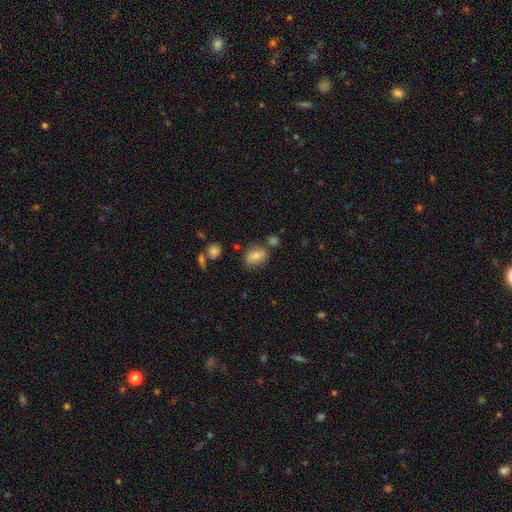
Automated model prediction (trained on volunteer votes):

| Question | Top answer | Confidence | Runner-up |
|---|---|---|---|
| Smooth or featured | smooth | 77% | featured or disk (13%) |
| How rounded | in between | 66% | round (32%) |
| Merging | none | 66% | minor disturbance (17%) |